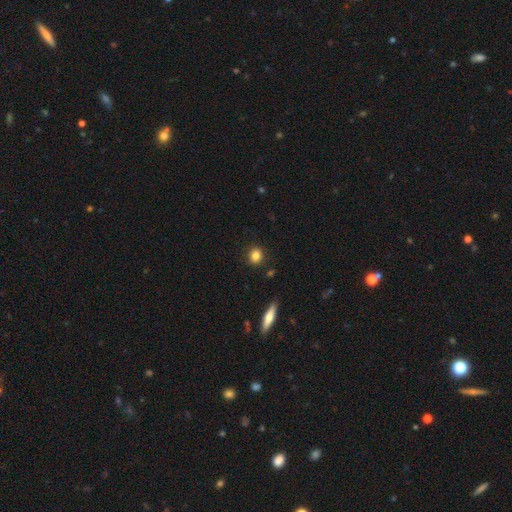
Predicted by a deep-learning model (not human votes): smooth_or_featured: smooth (p=0.84) [alt: star or artifact p=0.10]
how_rounded: round (p=0.76) [alt: in between p=0.22]
merging: none (p=0.88) [alt: minor disturbance p=0.08]